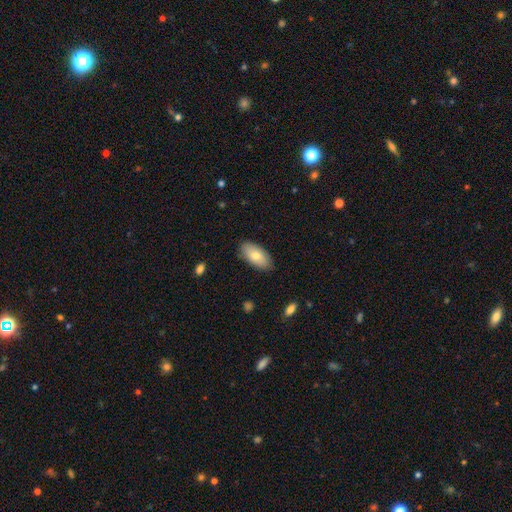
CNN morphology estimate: Smooth or featured: smooth — 76% (featured or disk — 18%)
How rounded: in between — 93% (cigar-shaped — 5%)
Merging: none — 85% (minor disturbance — 12%)